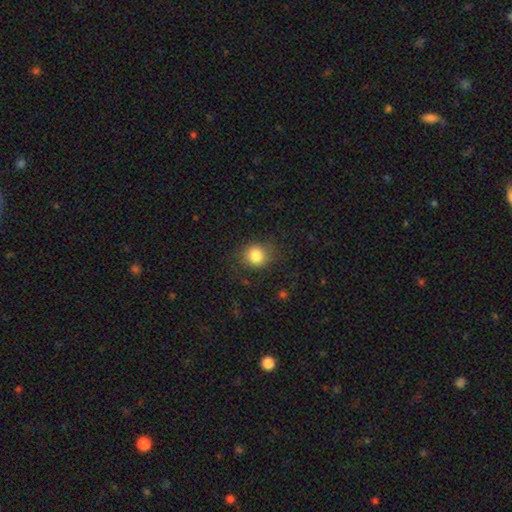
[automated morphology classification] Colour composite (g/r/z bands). It shows a smooth galaxy with no disk features (83%) that is round (85%). Merging: none (83%).